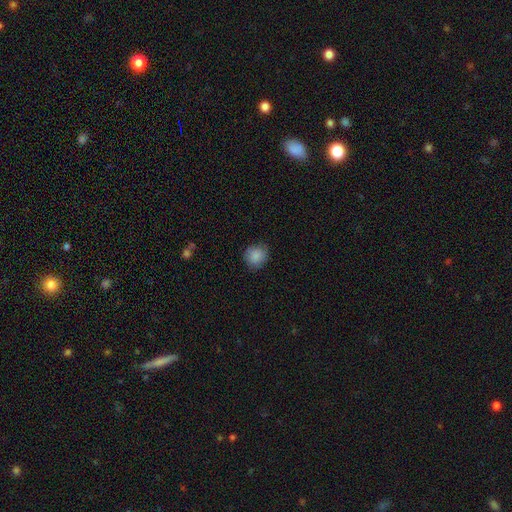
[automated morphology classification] Smooth or featured? Predicted: smooth (p=0.87). How rounded? Predicted: round (p=0.82). Merging? Predicted: none (p=0.81).